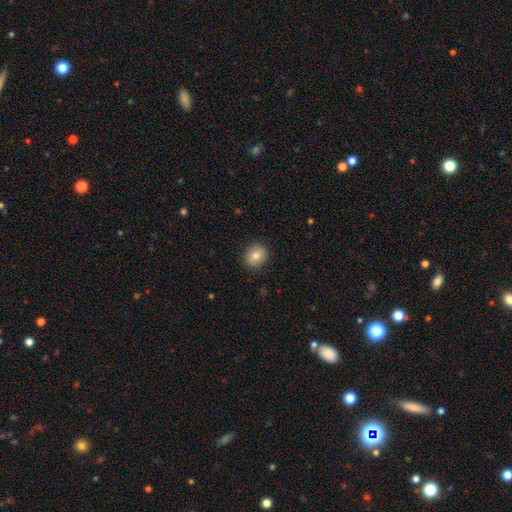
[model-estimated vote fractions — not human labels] Smooth or featured?
  - smooth: 79% *
  - featured or disk: 12%
  - star or artifact: 9%
How rounded?
  - round: 65% *
  - in between: 34%
  - cigar-shaped: 1%
Merging?
  - none: 90% *
  - minor disturbance: 7%
  - major disturbance: 2%
  - merger: 1%